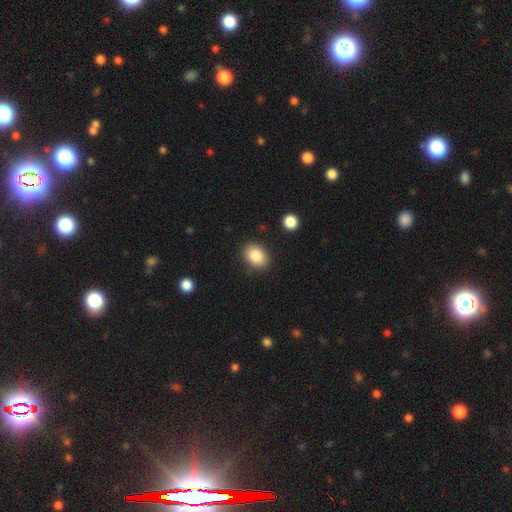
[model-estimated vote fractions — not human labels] smooth-or-featured: smooth: 85% | star or artifact: 8% | featured or disk: 7%
  how-rounded: in between: 72% | round: 27% | cigar-shaped: 1%
  merging: none: 87% | minor disturbance: 9% | major disturbance: 2% | merger: 2%